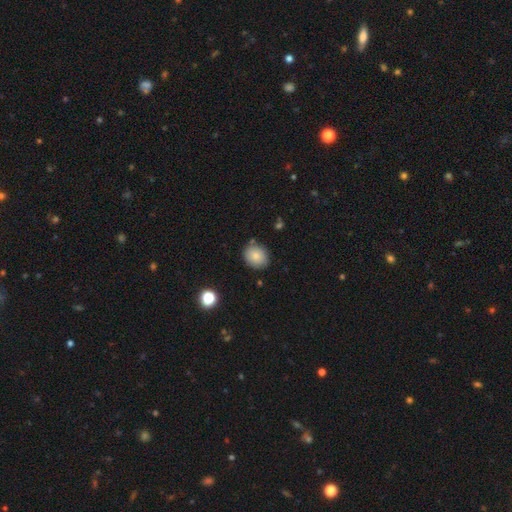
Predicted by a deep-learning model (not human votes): Smooth or featured: smooth — 80% (featured or disk — 10%)
How rounded: round — 67% (in between — 32%)
Merging: none — 81% (minor disturbance — 13%)